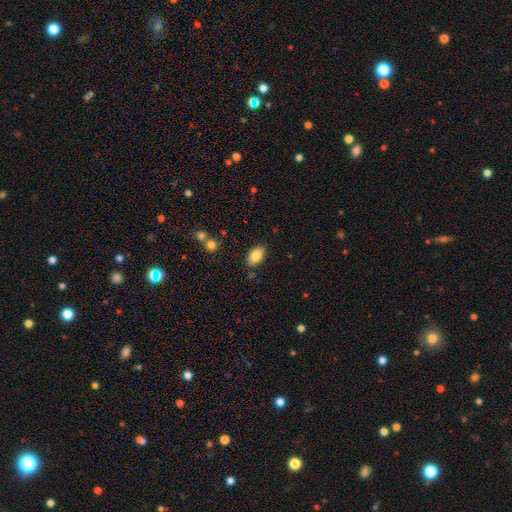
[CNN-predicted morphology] Smooth or featured?
  - smooth: 85% *
  - star or artifact: 8%
  - featured or disk: 7%
How rounded?
  - in between: 91% *
  - round: 7%
  - cigar-shaped: 2%
Merging?
  - none: 84% *
  - minor disturbance: 12%
  - major disturbance: 3%
  - merger: 2%